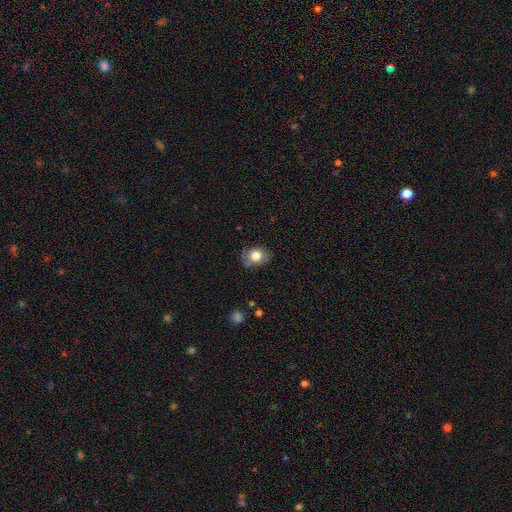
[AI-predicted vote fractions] This appears to be a smooth galaxy with no disk features (77%) that is in between round and cigar-shaped (58%). Merging: none (72%).